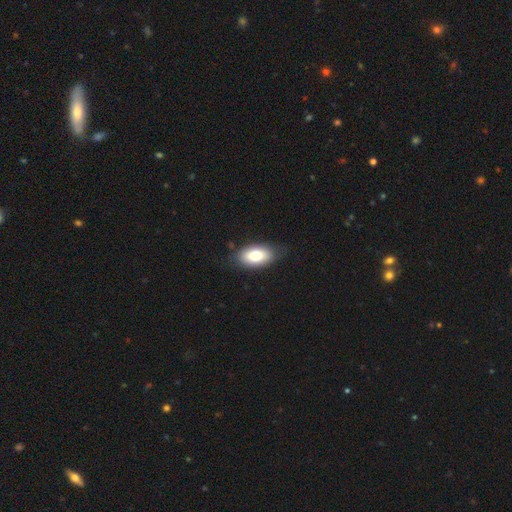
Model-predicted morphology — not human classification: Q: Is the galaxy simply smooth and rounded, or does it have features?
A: smooth — 77%.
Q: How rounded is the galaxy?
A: in between — 92%.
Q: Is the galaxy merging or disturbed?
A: none — 82%.